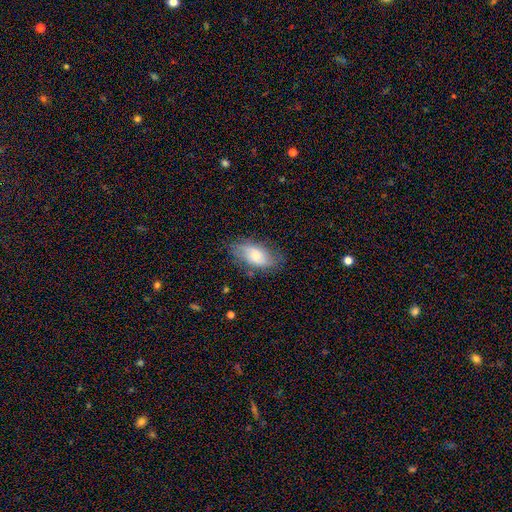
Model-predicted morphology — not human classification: type=smooth (65%); roundness=in between (91%); merging=none (70%).